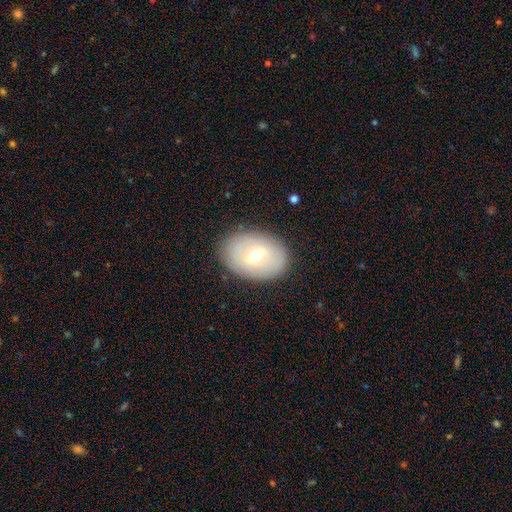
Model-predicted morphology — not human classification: smooth_or_featured: smooth (p=0.56) [alt: featured or disk p=0.36]
how_rounded: in between (p=0.76) [alt: round p=0.23]
merging: none (p=0.86) [alt: minor disturbance p=0.10]